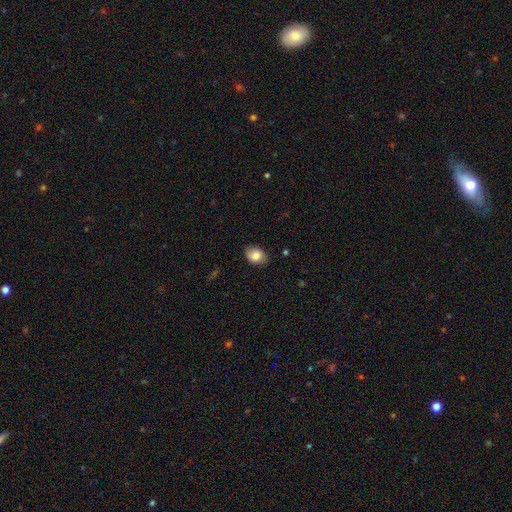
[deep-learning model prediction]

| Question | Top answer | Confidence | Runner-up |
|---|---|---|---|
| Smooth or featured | smooth | 83% | featured or disk (9%) |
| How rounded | in between | 74% | round (25%) |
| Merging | none | 82% | minor disturbance (14%) |